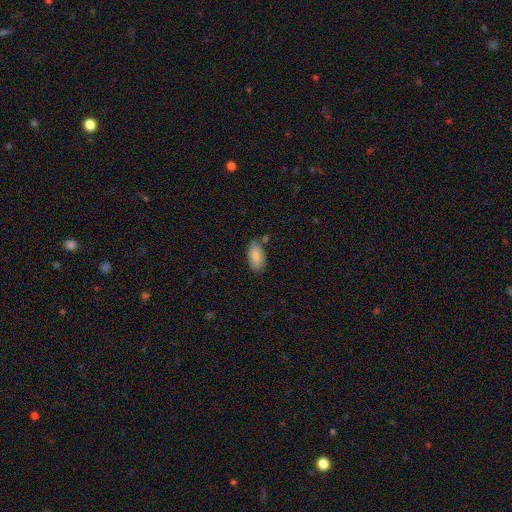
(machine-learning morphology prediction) smooth-or-featured: smooth: 83% | featured or disk: 10% | star or artifact: 7%
  how-rounded: in between: 92% | cigar-shaped: 5% | round: 3%
  merging: none: 70% | minor disturbance: 19% | merger: 7% | major disturbance: 4%